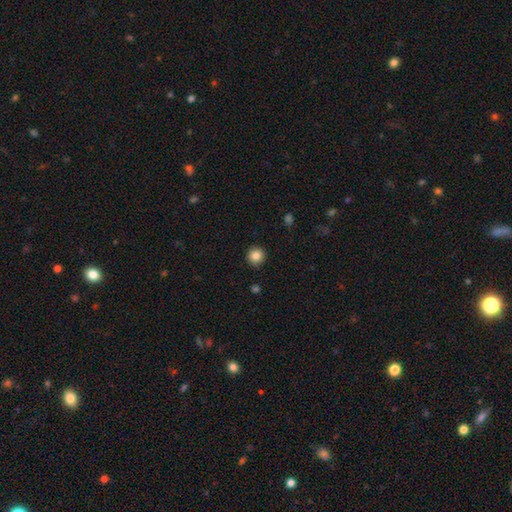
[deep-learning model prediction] Q: Smooth or featured?
A: smooth (84%); runner-up: star or artifact (10%)
Q: How rounded?
A: round (94%); runner-up: in between (5%)
Q: Merging?
A: none (92%); runner-up: minor disturbance (6%)